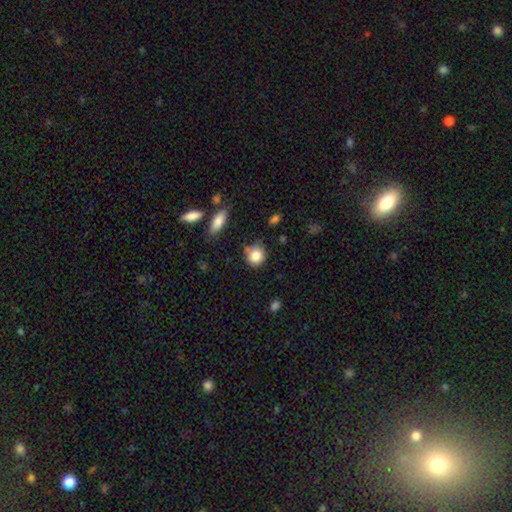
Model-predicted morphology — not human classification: Q: Smooth or featured?
A: smooth (83%); runner-up: star or artifact (9%)
Q: How rounded?
A: round (82%); runner-up: in between (17%)
Q: Merging?
A: none (71%); runner-up: minor disturbance (19%)